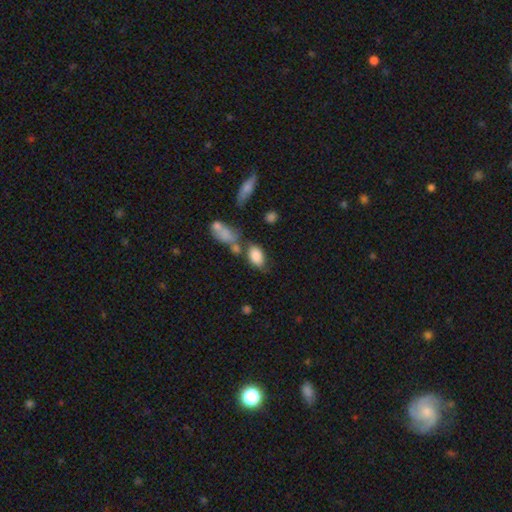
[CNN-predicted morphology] type=smooth (83%); roundness=in between (91%); merging=none (54%).